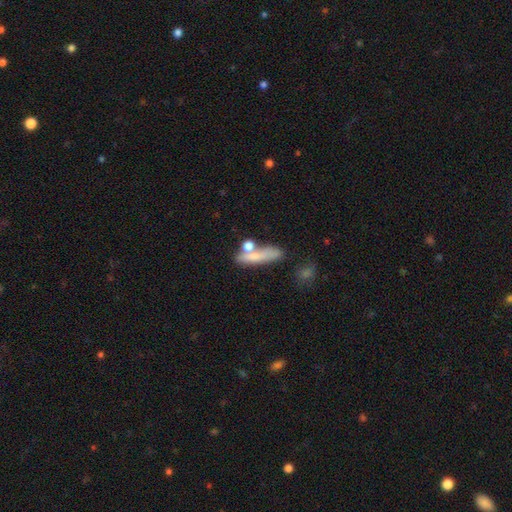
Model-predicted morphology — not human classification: The model was most divided on "merging": none: 55%, merger: 19%, minor disturbance: 18%, major disturbance: 8%. More confident: smooth or featured — smooth (68%); how rounded — cigar-shaped (66%).